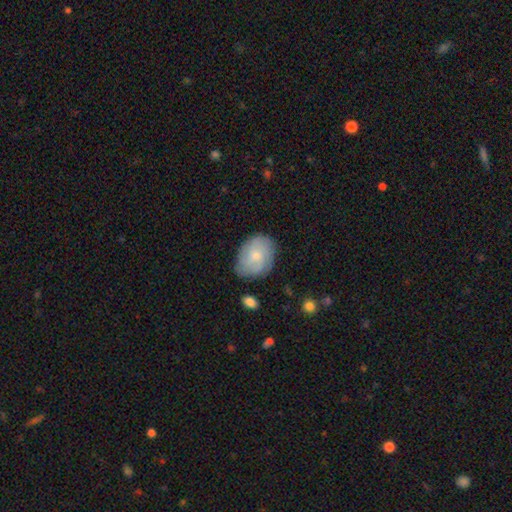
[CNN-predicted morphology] Q: Smooth or featured?
A: smooth (59%); runner-up: featured or disk (34%)
Q: How rounded?
A: in between (68%); runner-up: round (31%)
Q: Merging?
A: none (71%); runner-up: minor disturbance (22%)